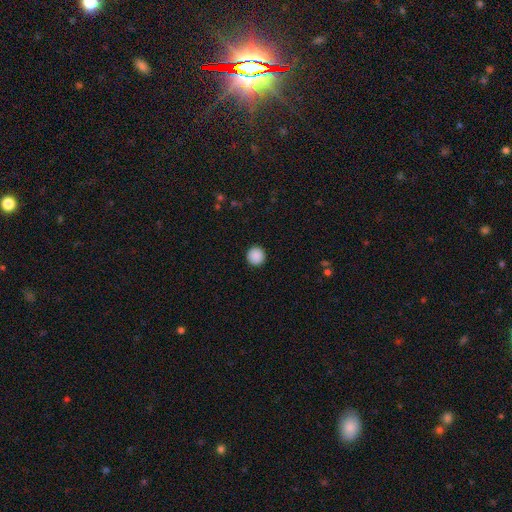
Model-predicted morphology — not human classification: Smooth or featured? smooth (89%)
How rounded? round (96%)
Merging? none (93%)